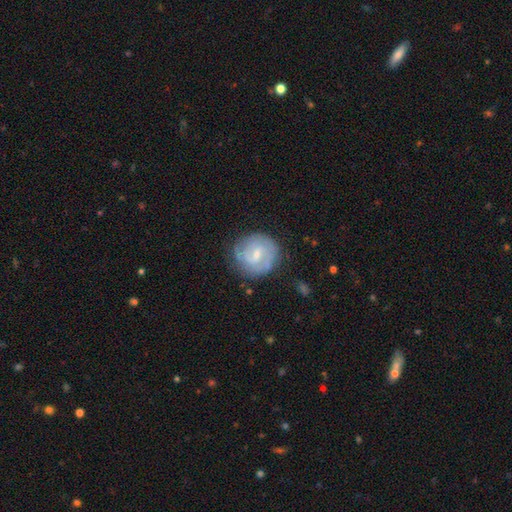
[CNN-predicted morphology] This is likely a featured or disk galaxy (72%). It is clearly not viewed edge-on (98%). Bar: possibly weak (60%). Spiral arm pattern: clearly yes (88%). Spiral arm count: possibly 2 (46%). Spiral winding: possibly tight (57%). Central bulge: possibly small (58%). Merging: likely none (73%).